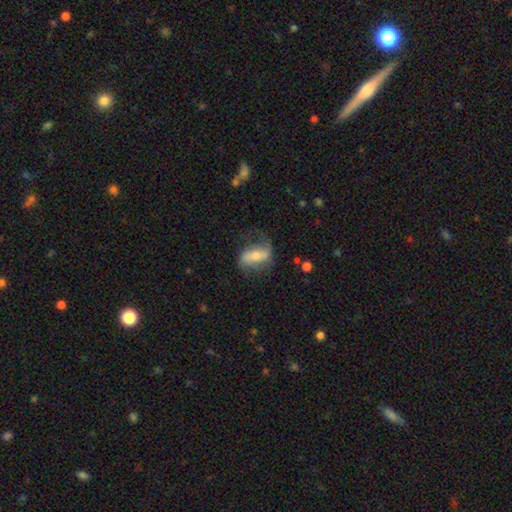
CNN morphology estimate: Smooth or featured: featured or disk — 70% (smooth — 23%)
Edge-on disk: no — 91% (yes — 9%)
Bar: strong — 46% (weak — 28%)
Spiral arms: yes — 86% (no — 14%)
Spiral winding: loose — 66% (medium — 25%)
Spiral arm count: 2 — 80% (1 — 11%)
Bulge size: small — 47% (tied with moderate — 47%)
Merging: none — 60% (minor disturbance — 22%)